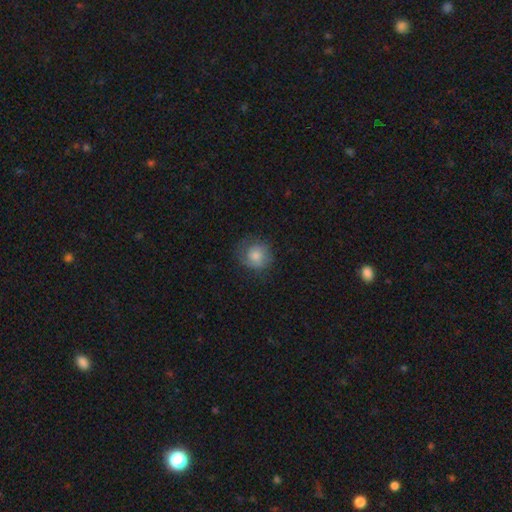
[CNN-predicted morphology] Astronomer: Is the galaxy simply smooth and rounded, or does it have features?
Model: smooth — 67%.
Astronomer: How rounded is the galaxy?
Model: round — 84%.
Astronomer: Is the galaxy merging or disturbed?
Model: none — 71%.